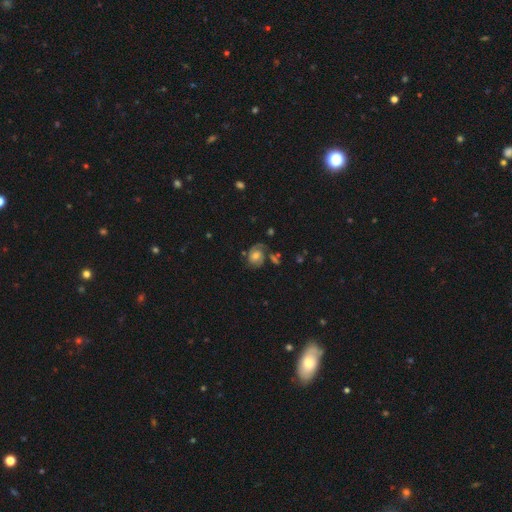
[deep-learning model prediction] Morphology: type=featured or disk (66%); edge-on=no (97%); bar=no (64%); spiral arms=yes (89%); winding=medium (43%); arm count=2 (66%); bulge=moderate (51%); merging=none (55%).